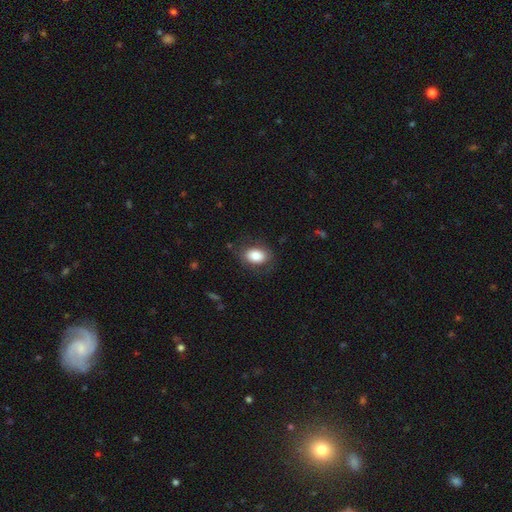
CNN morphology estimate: Smooth or featured: smooth — 81% (featured or disk — 11%)
How rounded: in between — 81% (round — 17%)
Merging: none — 79% (minor disturbance — 14%)